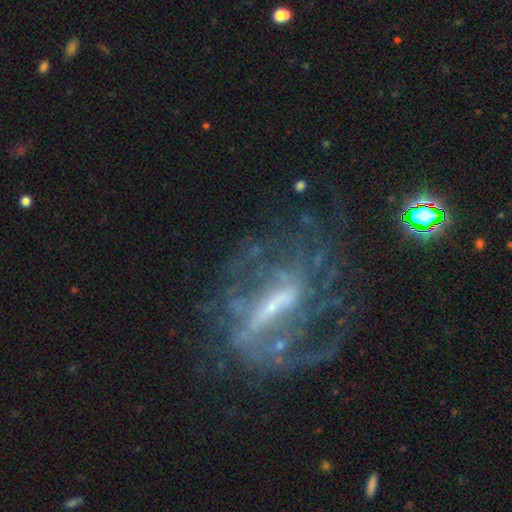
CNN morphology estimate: Smooth or featured? featured or disk (83%)
Edge-on disk? no (92%)
Bar? strong (56%)
Spiral arms? yes (86%)
Spiral winding? medium (40%)
Spiral arm count? can't tell (36%)
Bulge size? small (66%)
Merging? none (55%)